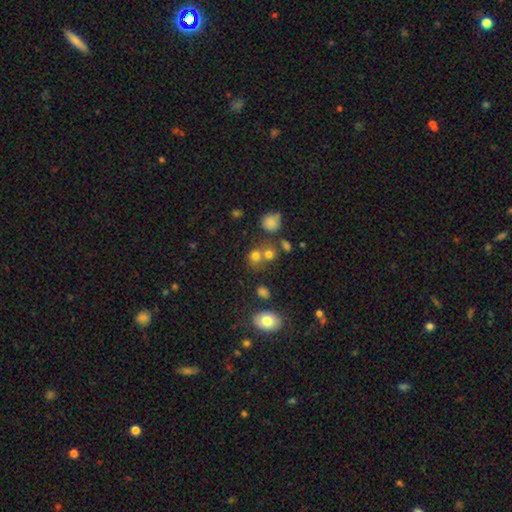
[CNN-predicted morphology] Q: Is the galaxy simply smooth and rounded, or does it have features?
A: smooth — 71%.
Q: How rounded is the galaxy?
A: round — 76%.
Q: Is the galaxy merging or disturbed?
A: none — 49%.